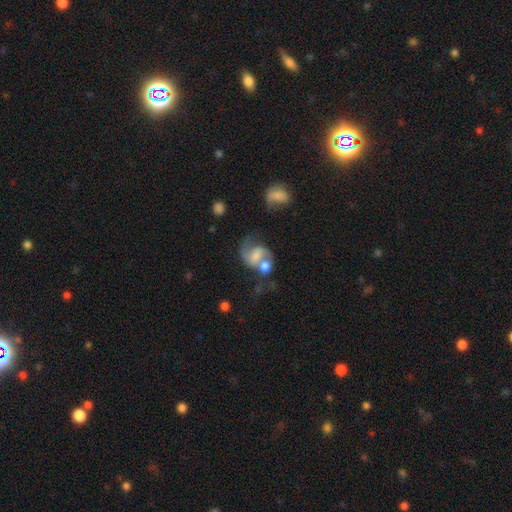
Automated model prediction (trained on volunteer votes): A featured or disk galaxy (63%) with a weak bar (41%, tied with no), 2 (78%) medium (46%) spiral arms (84%) and a moderate central bulge (39%).

Vote fractions:
- Smooth or featured? featured or disk: 63% / smooth: 28% / star or artifact: 9%
- Edge-on disk? no: 97% / yes: 3%
- Bar? weak: 41% (tied) / no: 41% (tied) / strong: 18%
- Spiral arms? yes: 84% / no: 16%
- Spiral winding? medium: 46% / loose: 41% / tight: 13%
- Spiral arm count? 2: 78% / 1: 13% / can't tell: 7% / 3: 1% / 4: 1% / more than 4: 1%
- Bulge size? moderate: 39% / small: 30% / none: 17% / large: 12% / dominant: 3%
- Merging? merger: 48% / none: 25% / major disturbance: 14% / minor disturbance: 13%